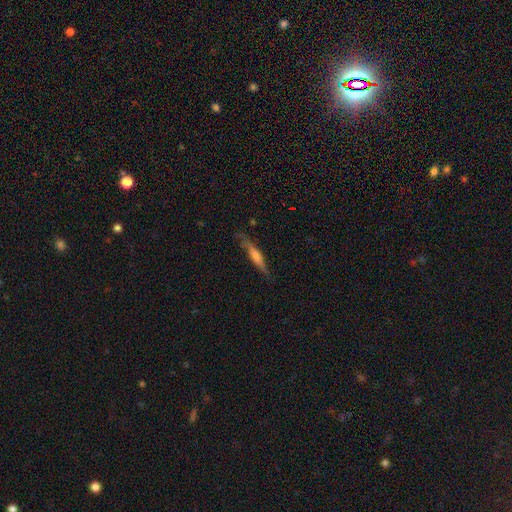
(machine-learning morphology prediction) Smooth or featured? featured or disk (57%)
Edge-on disk? yes (92%)
Edge-on bulge? rounded (54%)
Merging? none (73%)